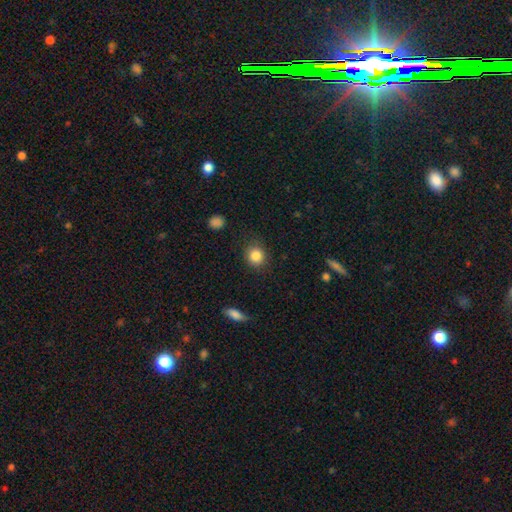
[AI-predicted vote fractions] Overall: smooth (85%). How rounded: round (78%). Merging: none (86%).